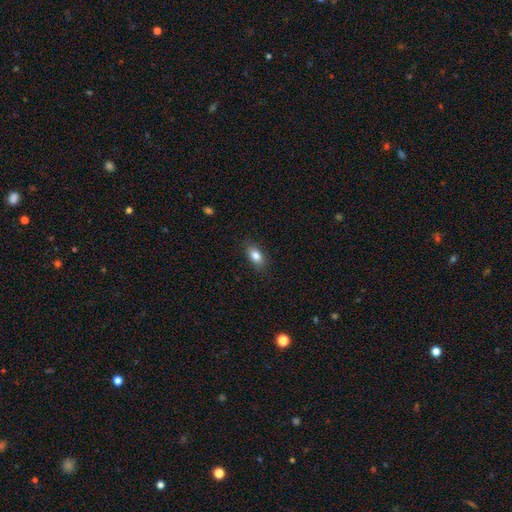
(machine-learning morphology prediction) Smooth or featured? Predicted: smooth (p=0.82). How rounded? Predicted: in between (p=0.86). Merging? Predicted: none (p=0.85).